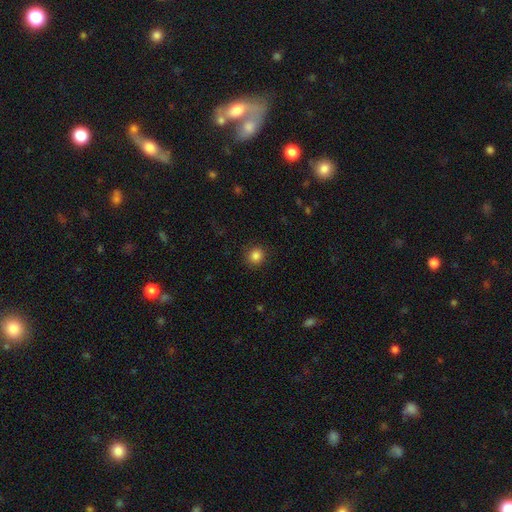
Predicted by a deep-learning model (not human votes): This is clearly a smooth galaxy (84%). How rounded: clearly round (89%). Merging: clearly none (90%).